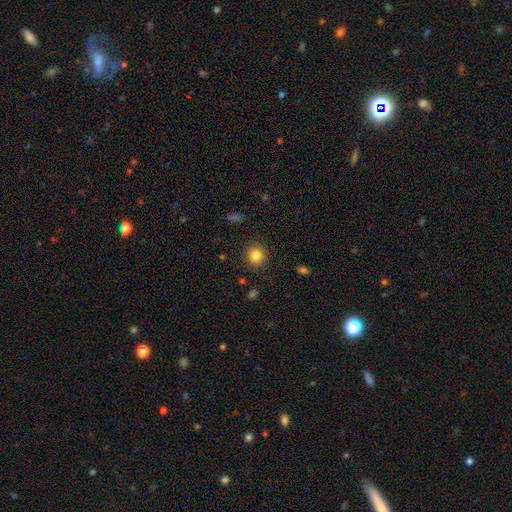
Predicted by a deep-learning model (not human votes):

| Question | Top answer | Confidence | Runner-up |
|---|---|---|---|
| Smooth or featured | smooth | 83% | star or artifact (11%) |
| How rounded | round | 90% | in between (9%) |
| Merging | none | 90% | minor disturbance (7%) |